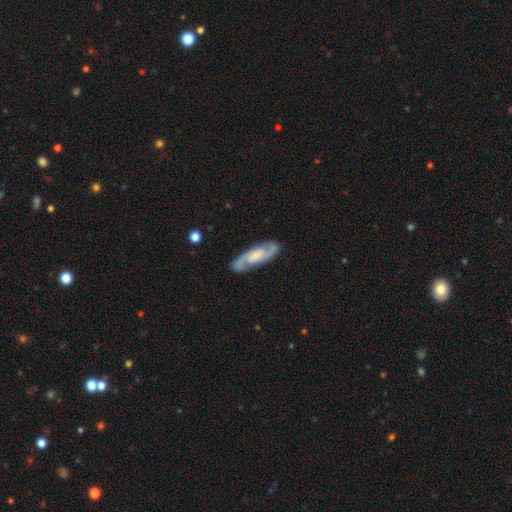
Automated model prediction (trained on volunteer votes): Smooth or featured? featured or disk (79%)
Edge-on disk? no (88%)
Bar? no (48%)
Spiral arms? yes (96%)
Spiral winding? medium (53%)
Spiral arm count? 2 (90%)
Bulge size? small (30%, tied with moderate)
Merging? none (84%)